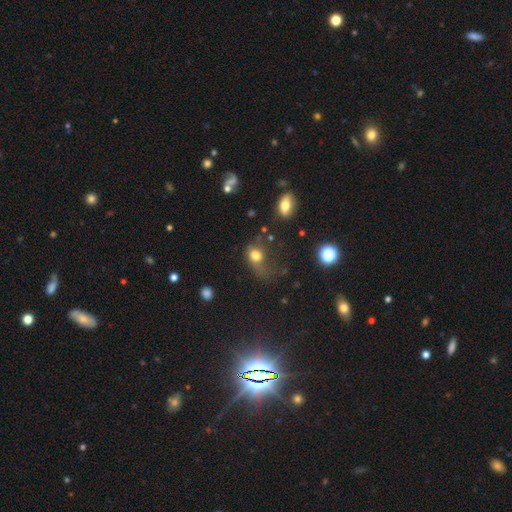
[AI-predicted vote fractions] A smooth galaxy with no disk features (71%) that is round (53%).

Vote fractions:
- Smooth or featured? smooth: 71% / featured or disk: 15% / star or artifact: 14%
- How rounded? round: 53% / in between: 45% / cigar-shaped: 2%
- Merging? major disturbance: 43% / none: 29% / minor disturbance: 22% / merger: 6%